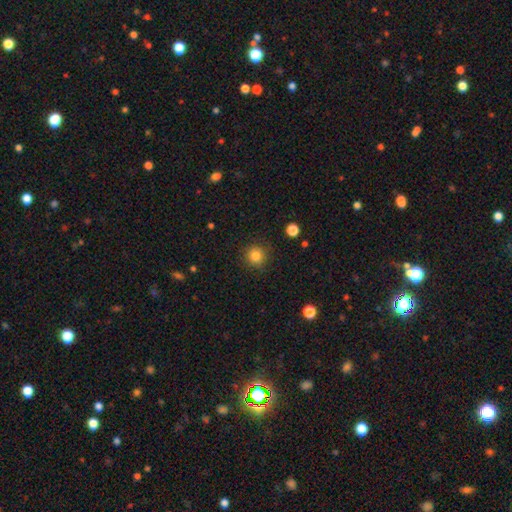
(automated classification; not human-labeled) Morphology: type=smooth (82%); roundness=round (93%); merging=none (89%).